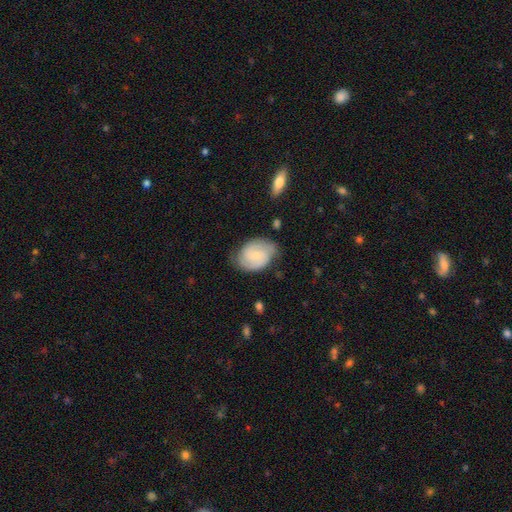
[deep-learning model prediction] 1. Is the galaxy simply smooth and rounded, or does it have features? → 67% featured or disk, 26% smooth, 6% star or artifact.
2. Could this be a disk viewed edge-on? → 97% no, 3% yes.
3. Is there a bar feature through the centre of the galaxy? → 61% no, 34% weak, 5% strong.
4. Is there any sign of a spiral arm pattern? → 93% yes, 7% no.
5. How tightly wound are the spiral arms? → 53% tight, 37% medium, 10% loose.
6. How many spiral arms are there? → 75% 2, 13% can't tell, 6% 3, 2% 1, 2% 4, 2% more than 4.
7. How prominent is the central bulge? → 70% small, 19% moderate, 8% none, 1% large, 1% dominant.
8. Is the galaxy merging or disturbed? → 71% none, 22% minor disturbance, 6% major disturbance, 2% merger.